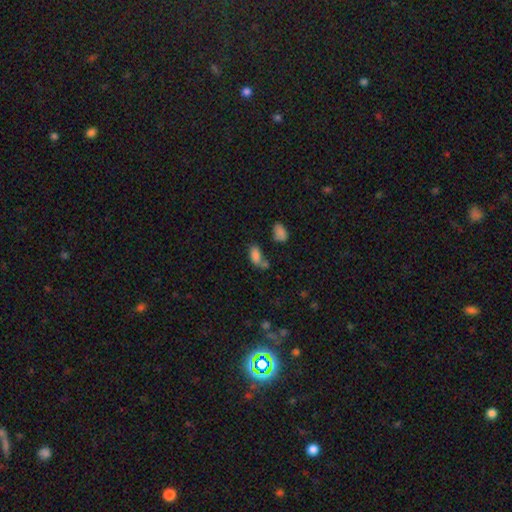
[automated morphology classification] type=smooth (79%); roundness=in between (89%); merging=merger (37%).